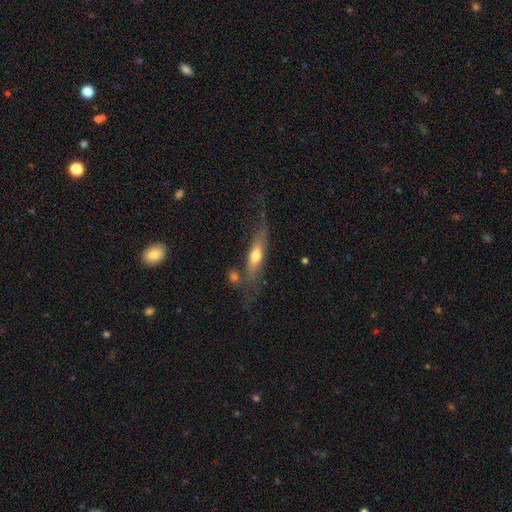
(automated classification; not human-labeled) This appears to be a smooth galaxy with no disk features (47%). Merging: none (54%).